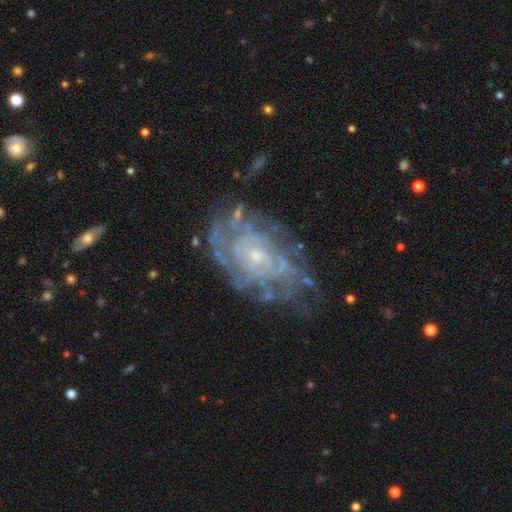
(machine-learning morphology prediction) smooth-or-featured: featured or disk: 83% | smooth: 10% | star or artifact: 7%
  disk-edge-on: no: 96% | yes: 4%
    bar: no: 77% | weak: 19% | strong: 4%
    has-spiral-arms: yes: 83% | no: 17%
      spiral-winding: tight: 68% | medium: 24% | loose: 8%
      spiral-arm-count: can't tell: 57% | 2: 11% | 4: 10% | 3: 9% | more than 4: 8% | 1: 5%
    bulge-size: small: 69% | moderate: 25% | none: 3% | large: 2% | dominant: 1%
  merging: none: 65% | minor disturbance: 21% | major disturbance: 12% | merger: 2%